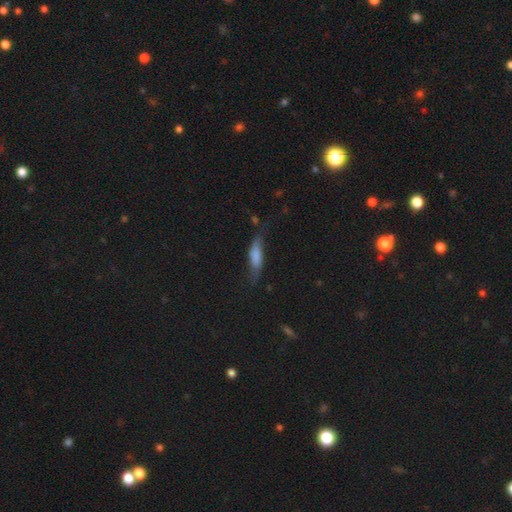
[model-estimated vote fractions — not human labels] Q: Smooth or featured?
A: smooth (60%); runner-up: featured or disk (31%)
Q: How rounded?
A: cigar-shaped (53%); runner-up: in between (44%)
Q: Merging?
A: none (48%); runner-up: minor disturbance (31%)